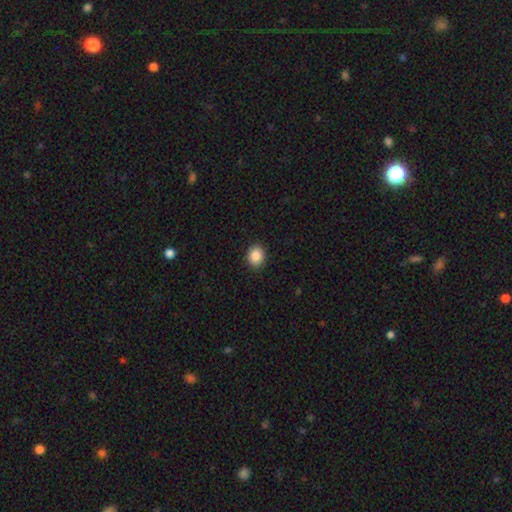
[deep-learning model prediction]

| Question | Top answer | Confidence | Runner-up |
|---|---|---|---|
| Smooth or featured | smooth | 88% | star or artifact (8%) |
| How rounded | round | 61% | in between (38%) |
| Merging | none | 90% | minor disturbance (7%) |